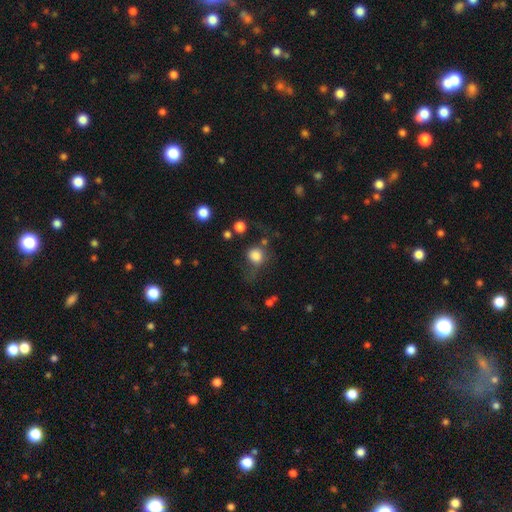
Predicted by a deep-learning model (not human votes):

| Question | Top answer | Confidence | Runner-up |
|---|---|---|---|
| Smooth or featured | smooth | 81% | star or artifact (11%) |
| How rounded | round | 80% | in between (19%) |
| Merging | none | 53% | minor disturbance (22%) |